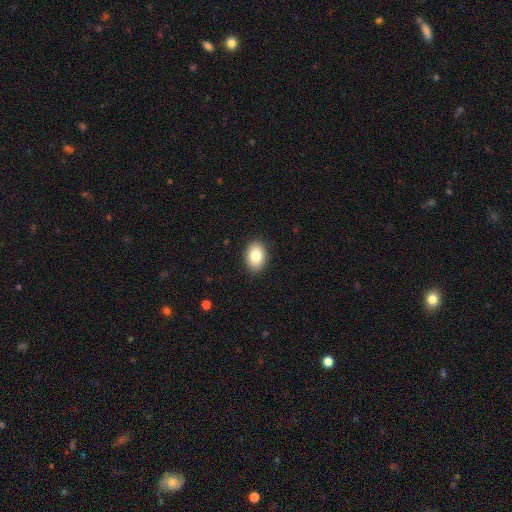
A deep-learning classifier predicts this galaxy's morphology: This appears to be a smooth galaxy with no disk features (83%) that is in between round and cigar-shaped (81%). Merging: none (89%).